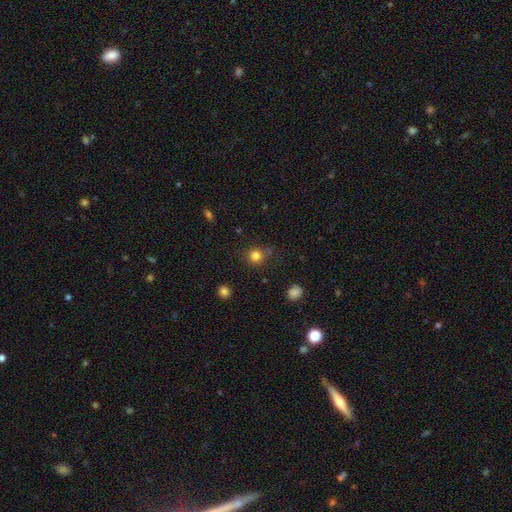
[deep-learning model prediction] Morphology: type=smooth (81%); roundness=round (89%); merging=none (75%).